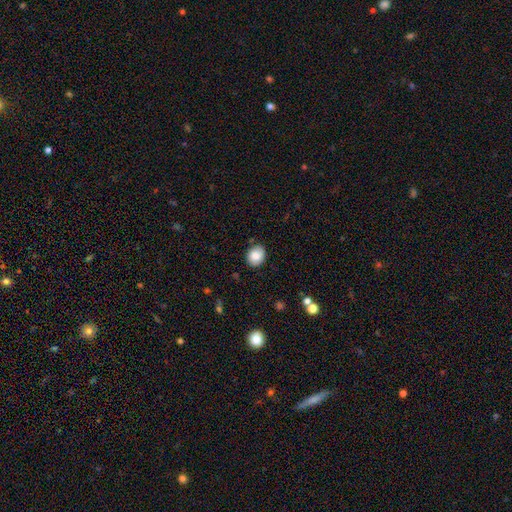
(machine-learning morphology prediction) Smooth or featured? Predicted: smooth (p=0.85). How rounded? Predicted: round (p=0.52). Merging? Predicted: none (p=0.85).